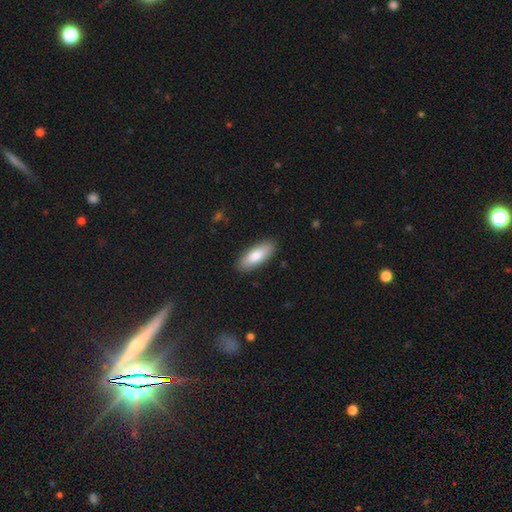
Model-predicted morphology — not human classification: Smooth or featured? smooth (82%)
How rounded? in between (73%)
Merging? none (88%)